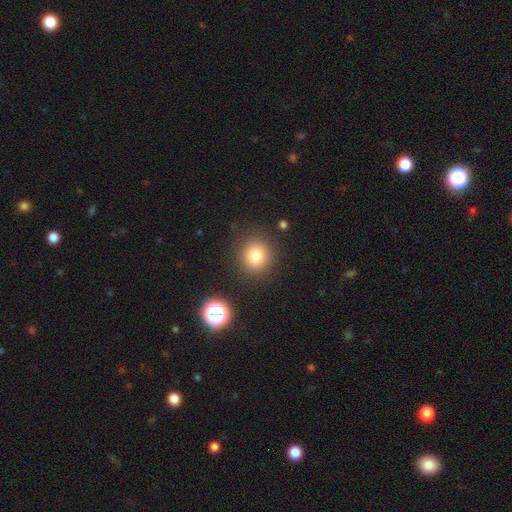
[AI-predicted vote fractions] smooth 79%, star or artifact 13%, featured or disk 7%. Down the decision tree: how rounded — round (88%); merging — none (88%).